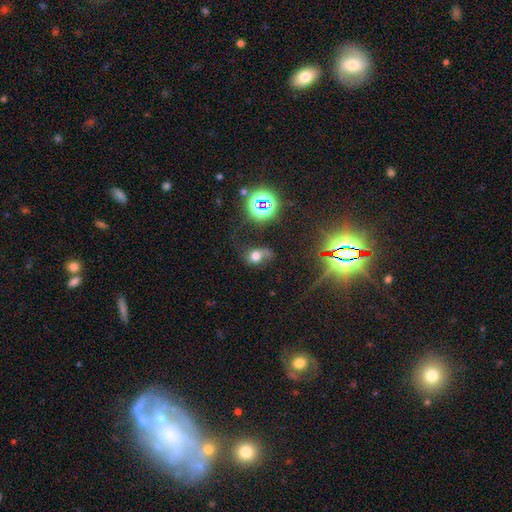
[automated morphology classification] The model was most divided on "merging": none: 41%, major disturbance: 28%, minor disturbance: 25%, merger: 7%. Remaining: smooth or featured — smooth (46%).